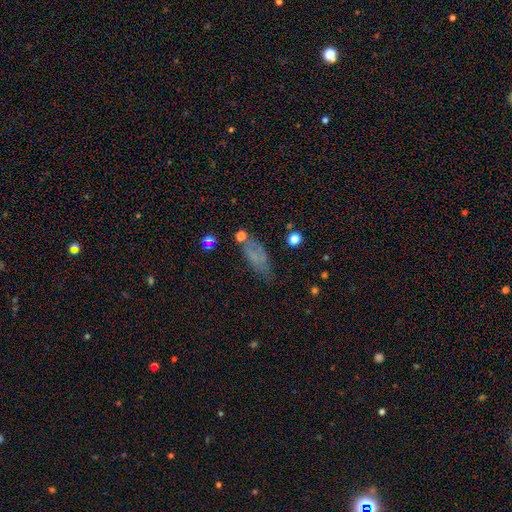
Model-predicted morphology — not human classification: type=smooth (56%); roundness=in between (71%); merging=none (55%).